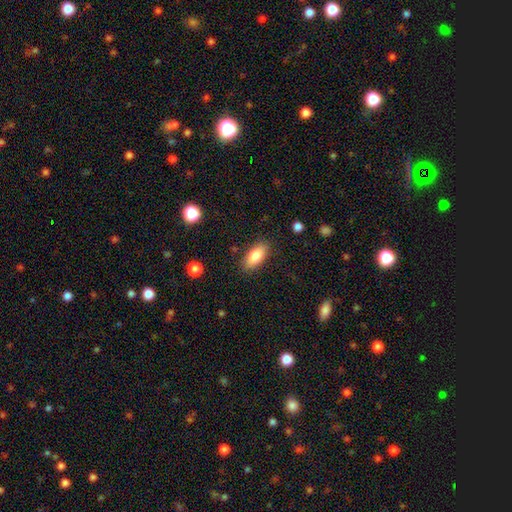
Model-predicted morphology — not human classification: Q: Smooth or featured?
A: smooth (82%); runner-up: featured or disk (11%)
Q: How rounded?
A: in between (84%); runner-up: cigar-shaped (13%)
Q: Merging?
A: none (86%); runner-up: minor disturbance (10%)